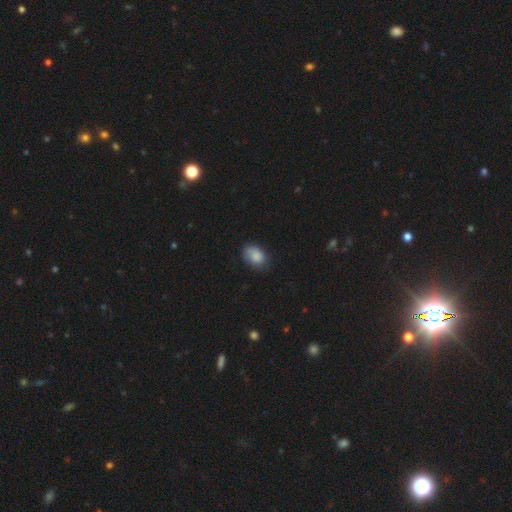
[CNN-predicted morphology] Overall: smooth (84%). How rounded: in between (80%). Merging: none (69%).